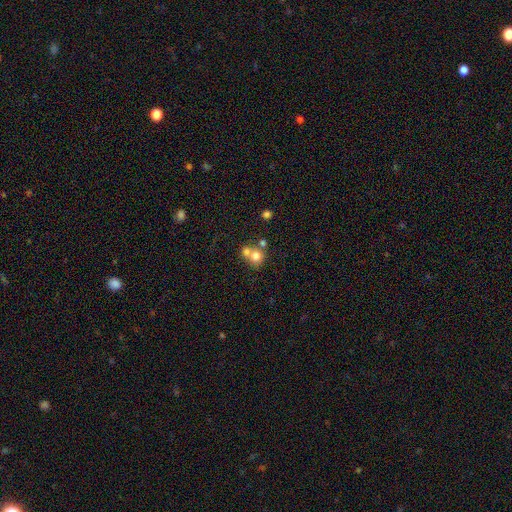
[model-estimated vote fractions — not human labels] smooth_or_featured: smooth (p=0.73) [alt: featured or disk p=0.16]
how_rounded: round (p=0.81) [alt: in between p=0.18]
merging: merger (p=0.54) [alt: none p=0.36]